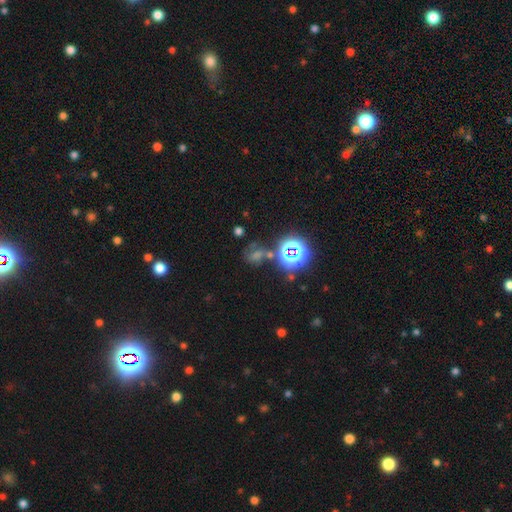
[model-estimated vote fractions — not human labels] Smooth or featured: star or artifact — 52% (smooth — 32%)